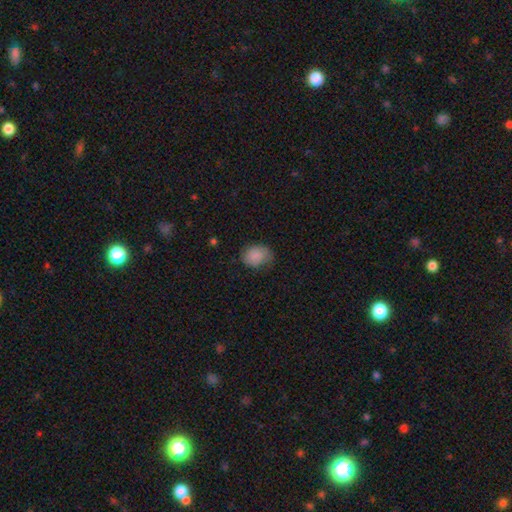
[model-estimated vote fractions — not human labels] Smooth or featured? Predicted: smooth (p=0.79). How rounded? Predicted: in between (p=0.51). Merging? Predicted: none (p=0.57).